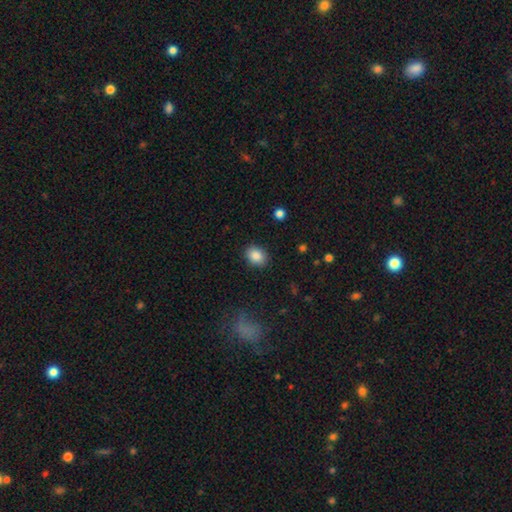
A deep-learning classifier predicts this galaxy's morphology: This is clearly a smooth galaxy (87%). How rounded: likely in between (65%). Merging: clearly none (88%).